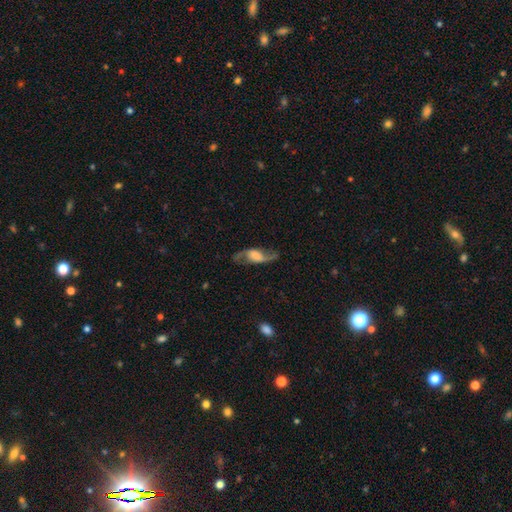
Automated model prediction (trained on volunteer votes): featured or disk 77%, smooth 16%, star or artifact 7%. Down the decision tree: edge-on disk — no (88%); bar — no (45%); spiral arms — yes (93%); spiral arm count — 2 (92%); spiral winding — loose (68%); bulge size — large (40%); merging — none (76%).